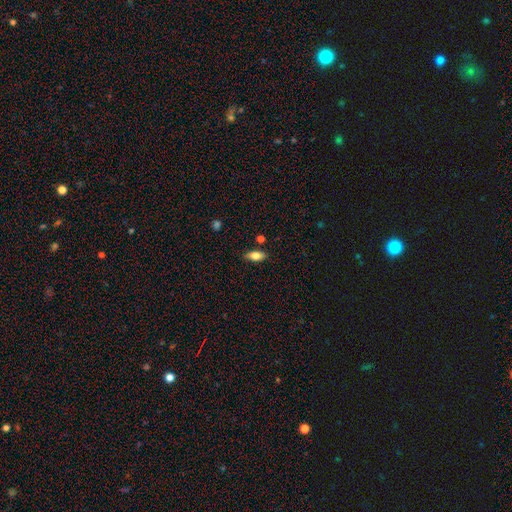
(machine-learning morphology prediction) Q: Smooth or featured?
A: smooth (70%); runner-up: featured or disk (22%)
Q: How rounded?
A: in between (81%); runner-up: cigar-shaped (15%)
Q: Merging?
A: none (84%); runner-up: minor disturbance (11%)